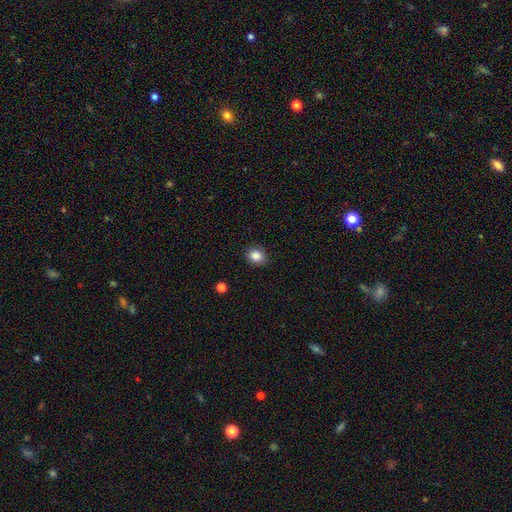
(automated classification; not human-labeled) Morphology: type=smooth (86%); roundness=round (75%); merging=none (88%).